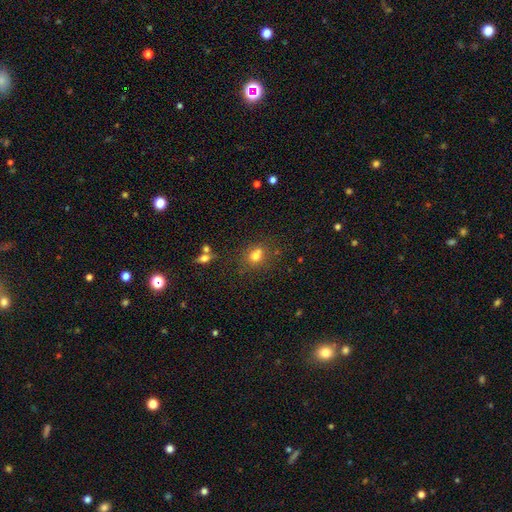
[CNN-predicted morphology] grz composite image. It shows a smooth galaxy with no disk features (71%) that is round (56%). Merging: none (56%).